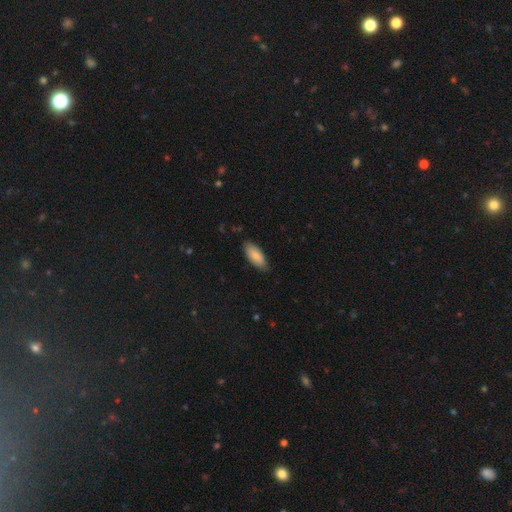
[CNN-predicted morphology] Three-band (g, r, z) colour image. It shows a smooth galaxy with no disk features (86%) that is in between round and cigar-shaped (84%). Merging: none (82%).